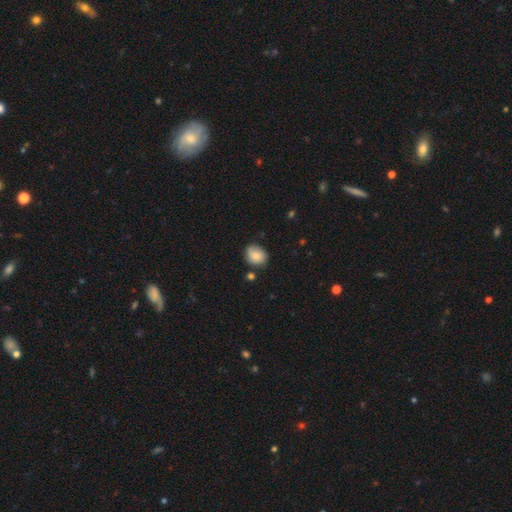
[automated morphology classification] Q: Smooth or featured?
A: smooth (73%); runner-up: featured or disk (18%)
Q: How rounded?
A: round (65%); runner-up: in between (34%)
Q: Merging?
A: none (66%); runner-up: minor disturbance (25%)